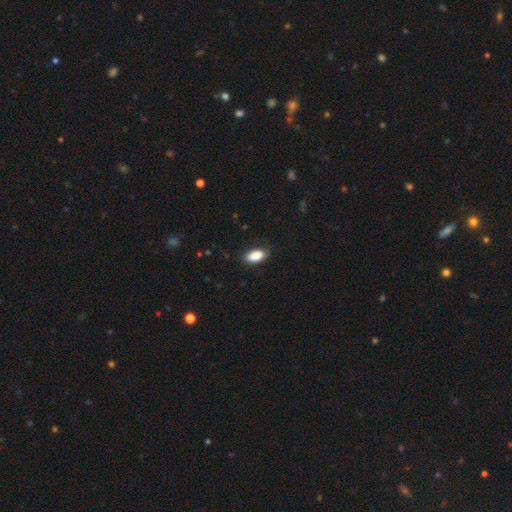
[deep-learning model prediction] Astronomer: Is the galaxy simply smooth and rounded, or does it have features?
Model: smooth — 88%.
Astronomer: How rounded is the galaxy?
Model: in between — 92%.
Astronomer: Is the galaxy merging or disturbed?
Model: none — 82%.